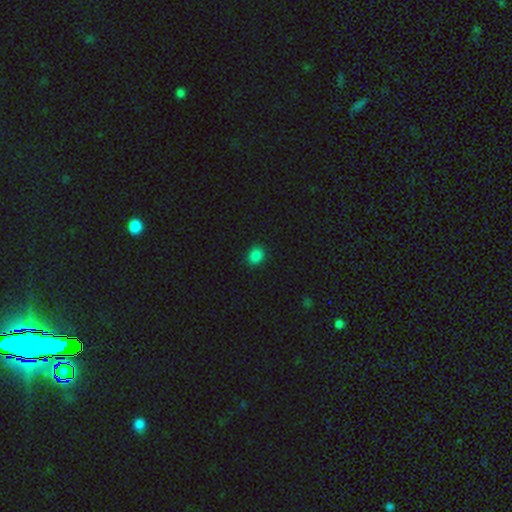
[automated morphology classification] The model was most divided on "how rounded": round: 55%, in between: 44%, cigar-shaped: 1%. More confident: merging — none (89%); smooth or featured — smooth (84%).